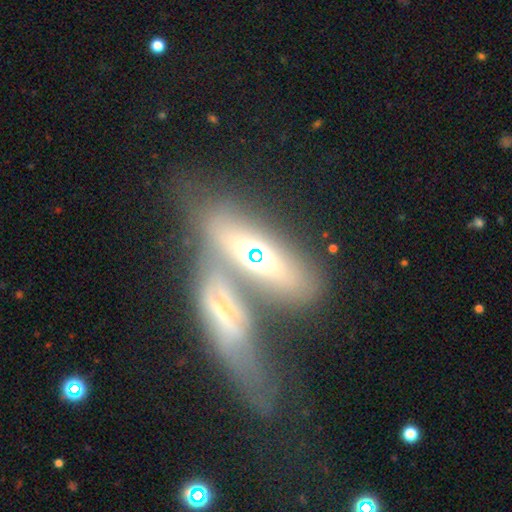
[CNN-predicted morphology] The model was most divided on "smooth or featured": featured or disk: 50%, smooth: 38%, star or artifact: 12%. Remaining: merging — merger (45%).